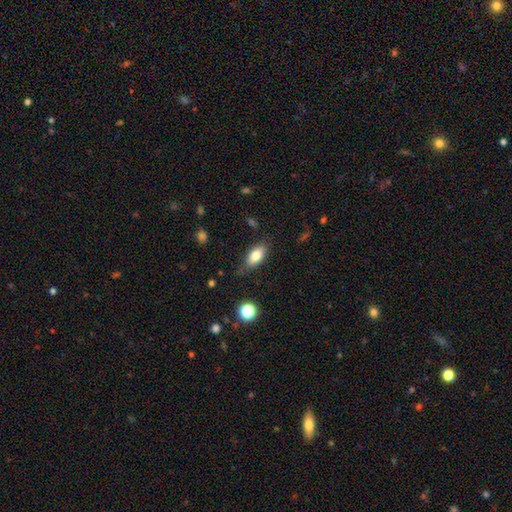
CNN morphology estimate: type=smooth (80%); roundness=in between (87%); merging=none (77%).